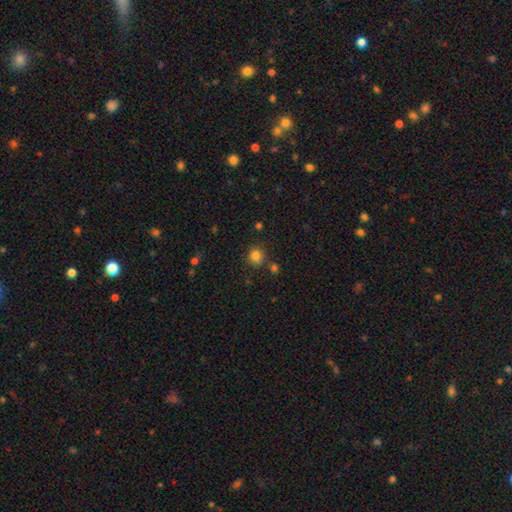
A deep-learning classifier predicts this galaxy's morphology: smooth 82%, star or artifact 13%, featured or disk 5%. Down the decision tree: how rounded — round (81%); merging — none (75%).